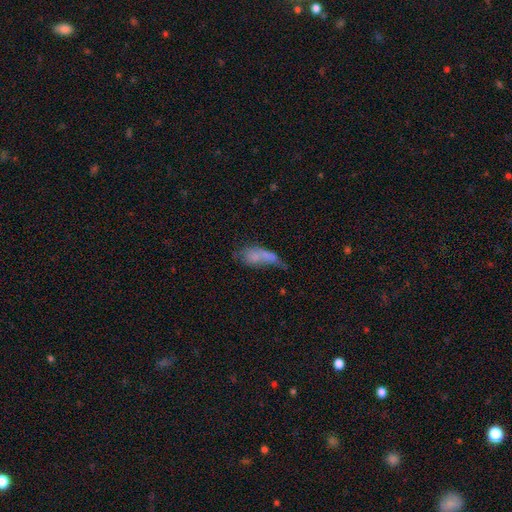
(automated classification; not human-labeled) A smooth galaxy with no disk features (59%) that is in between round and cigar-shaped (76%).

Vote fractions:
- Smooth or featured? smooth: 59% / featured or disk: 29% / star or artifact: 12%
- How rounded? in between: 76% / cigar-shaped: 17% / round: 6%
- Merging? merger: 30% (tied) / major disturbance: 30% (tied) / none: 21% / minor disturbance: 19%